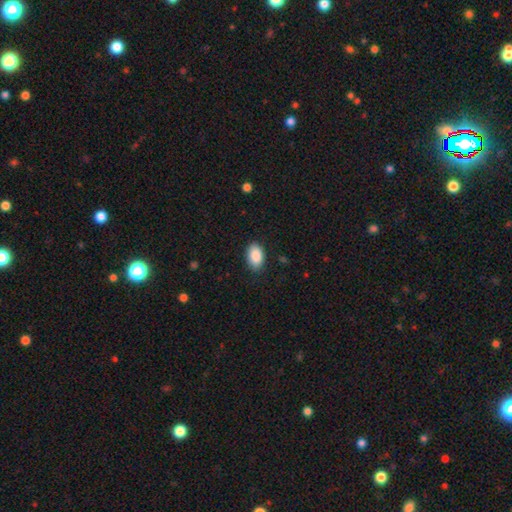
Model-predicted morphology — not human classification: smooth 90%, star or artifact 7%, featured or disk 4%. Down the decision tree: how rounded — in between (91%); merging — none (86%).